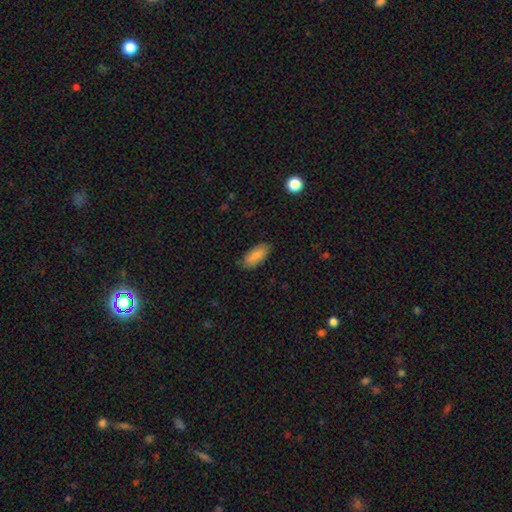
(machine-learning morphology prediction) This appears to be a smooth galaxy with no disk features (84%) that is in between round and cigar-shaped (85%). Merging: none (84%).